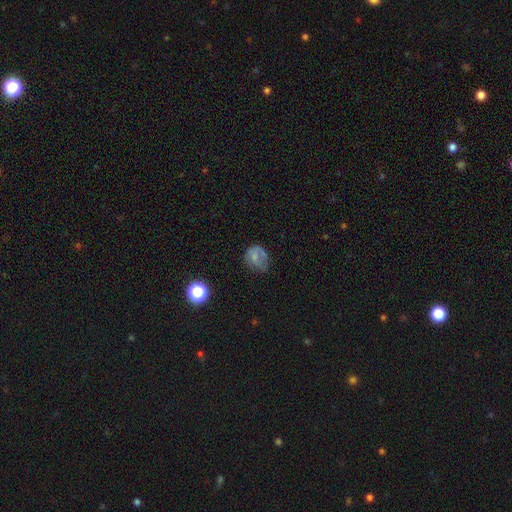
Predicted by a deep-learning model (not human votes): This appears to be a smooth galaxy with no disk features (64%) that is round (58%). Merging: none (42%).